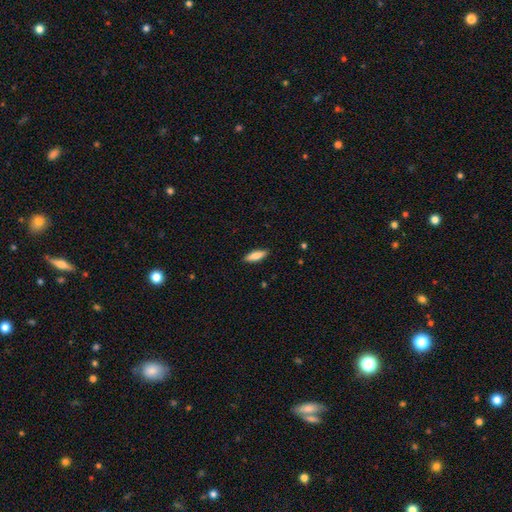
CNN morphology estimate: Q: Smooth or featured?
A: smooth (78%); runner-up: featured or disk (16%)
Q: How rounded?
A: cigar-shaped (50%); runner-up: in between (48%)
Q: Merging?
A: none (89%); runner-up: minor disturbance (8%)